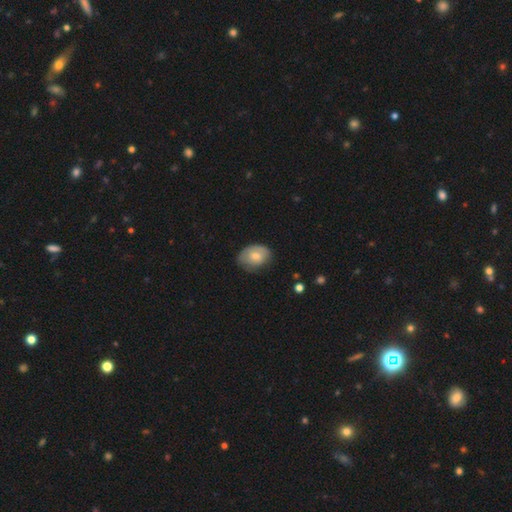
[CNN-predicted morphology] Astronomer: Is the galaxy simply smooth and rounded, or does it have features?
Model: smooth — 68%.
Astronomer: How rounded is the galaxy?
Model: in between — 71%.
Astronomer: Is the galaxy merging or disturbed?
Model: none — 61%.